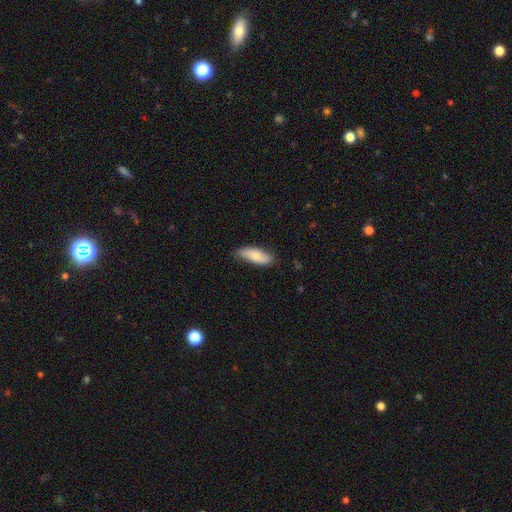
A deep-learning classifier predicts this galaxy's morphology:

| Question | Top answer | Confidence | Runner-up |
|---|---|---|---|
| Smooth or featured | smooth | 75% | featured or disk (19%) |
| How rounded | in between | 68% | cigar-shaped (30%) |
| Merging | none | 76% | minor disturbance (20%) |